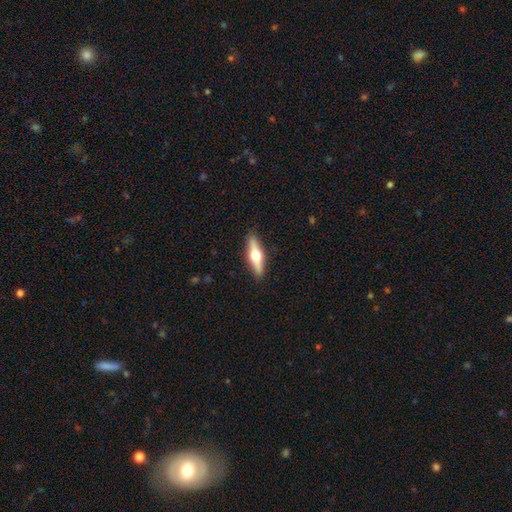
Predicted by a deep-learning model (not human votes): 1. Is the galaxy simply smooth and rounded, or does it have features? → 58% featured or disk, 37% smooth, 6% star or artifact.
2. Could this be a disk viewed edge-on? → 95% yes, 5% no.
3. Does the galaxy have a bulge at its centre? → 95% rounded, 3% boxy, 2% none.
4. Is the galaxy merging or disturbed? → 90% none, 8% minor disturbance, 2% major disturbance, 1% merger.